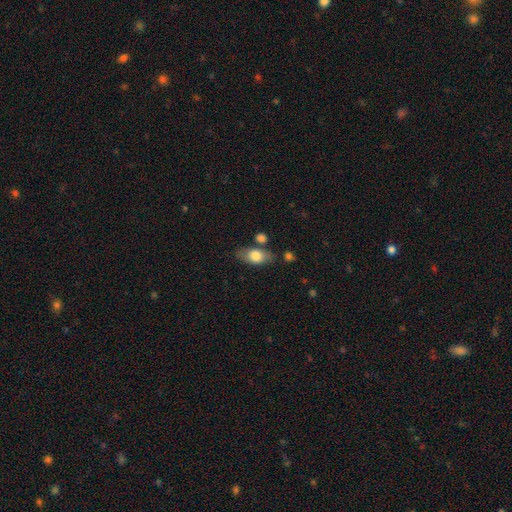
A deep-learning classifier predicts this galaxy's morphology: Smooth or featured? smooth (76%)
How rounded? in between (86%)
Merging? none (72%)